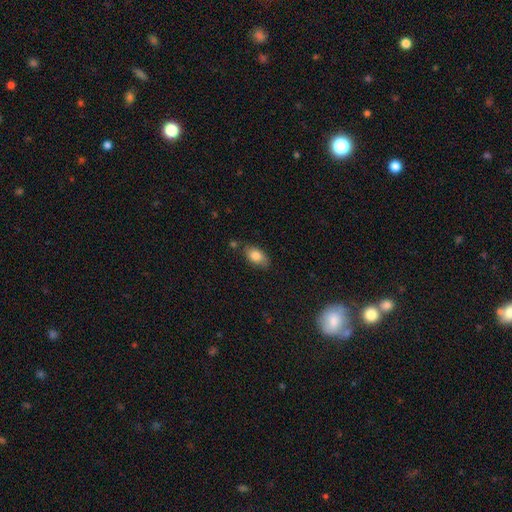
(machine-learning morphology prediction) A smooth galaxy with no disk features (82%) that is in between round and cigar-shaped (90%).

Vote fractions:
- Smooth or featured? smooth: 82% / featured or disk: 11% / star or artifact: 7%
- How rounded? in between: 90% / round: 7% / cigar-shaped: 3%
- Merging? none: 74% / minor disturbance: 18% / merger: 4% / major disturbance: 4%